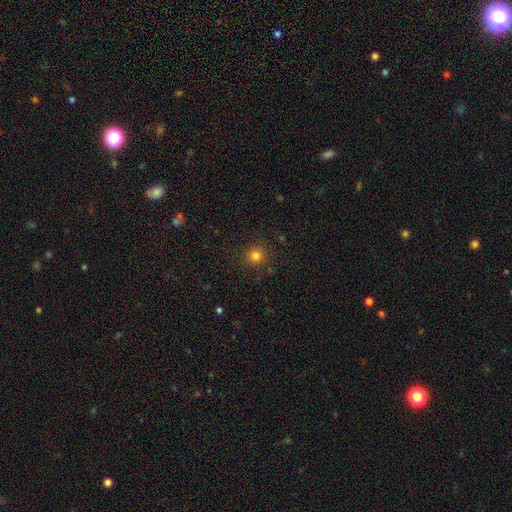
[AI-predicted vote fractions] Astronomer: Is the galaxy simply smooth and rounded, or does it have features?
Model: smooth — 80%.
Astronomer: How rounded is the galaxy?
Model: round — 91%.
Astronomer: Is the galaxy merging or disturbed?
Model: none — 89%.